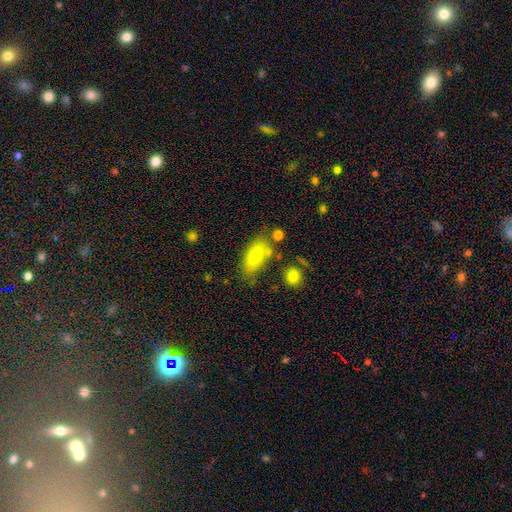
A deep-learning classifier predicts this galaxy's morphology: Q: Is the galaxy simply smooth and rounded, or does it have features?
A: smooth — 81%.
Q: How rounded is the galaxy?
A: in between — 83%.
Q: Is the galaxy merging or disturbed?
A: none — 63%.